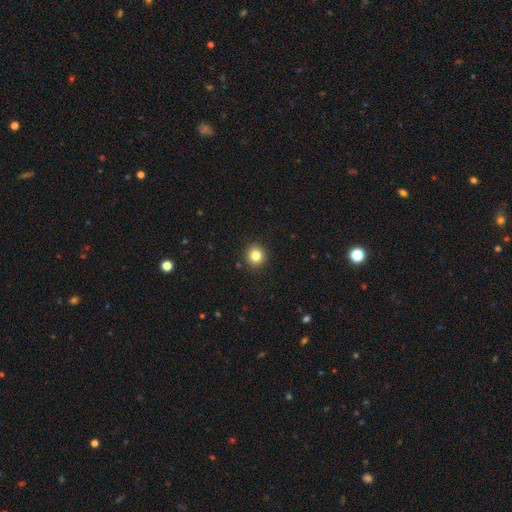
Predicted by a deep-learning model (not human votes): A smooth galaxy with no disk features (82%) that is round (92%). Merging: none (92%).